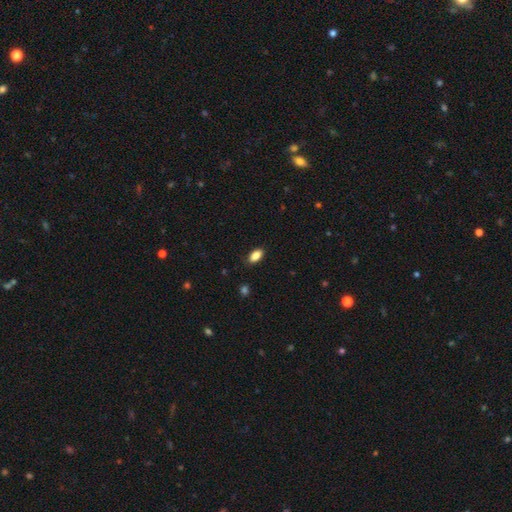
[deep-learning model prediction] Q: Smooth or featured?
A: smooth (88%); runner-up: star or artifact (8%)
Q: How rounded?
A: in between (91%); runner-up: cigar-shaped (5%)
Q: Merging?
A: none (86%); runner-up: minor disturbance (11%)